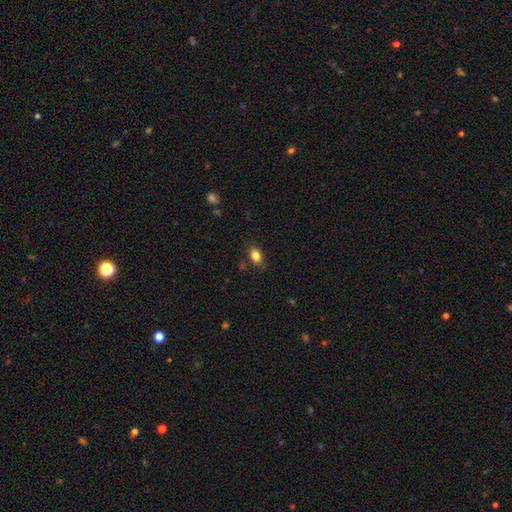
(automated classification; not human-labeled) Smooth or featured? smooth (83%)
How rounded? in between (77%)
Merging? none (78%)